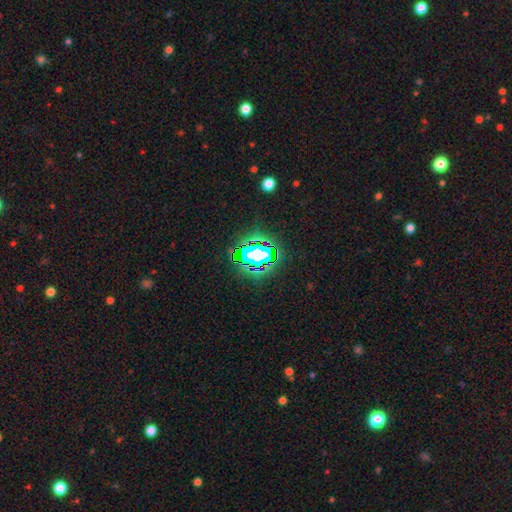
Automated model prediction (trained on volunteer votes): This appears to be a star or artifact, not a galaxy (72%).